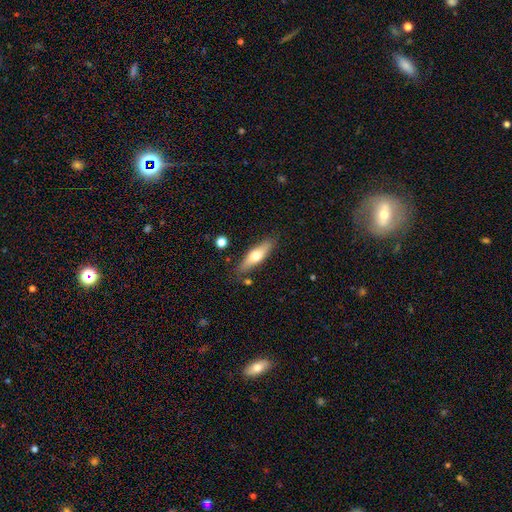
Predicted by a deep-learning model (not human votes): A smooth galaxy with no disk features (56%) that is cigar-shaped (57%). Merging: none (82%).